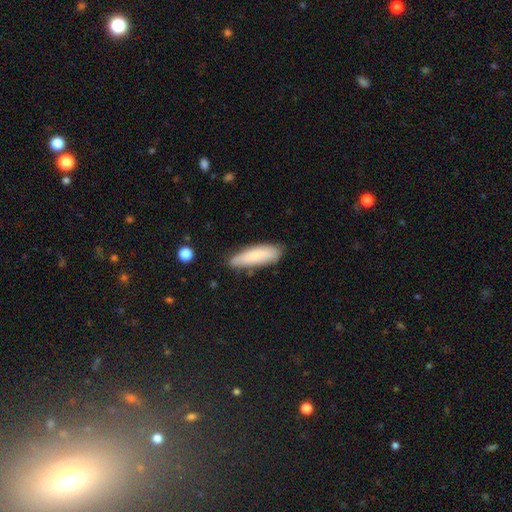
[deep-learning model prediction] This appears to be a smooth galaxy with no disk features (72%) that is cigar-shaped (50%). Merging: none (75%).